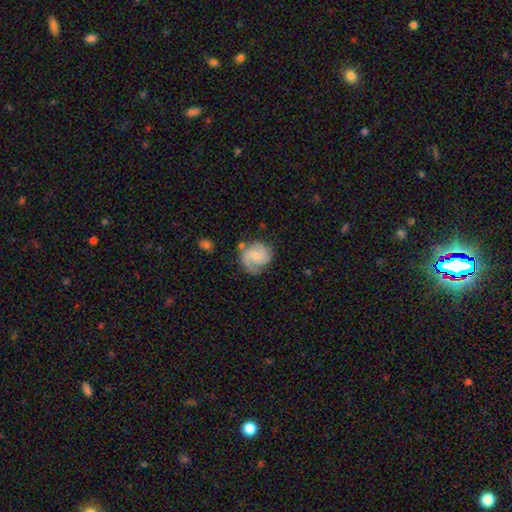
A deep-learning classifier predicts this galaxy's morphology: featured or disk 71%, smooth 23%, star or artifact 6%. Down the decision tree: edge-on disk — no (98%); bar — no (60%); spiral arms — yes (94%); spiral arm count — 2 (54%); spiral winding — medium (48%); bulge size — small (58%); merging — none (64%).